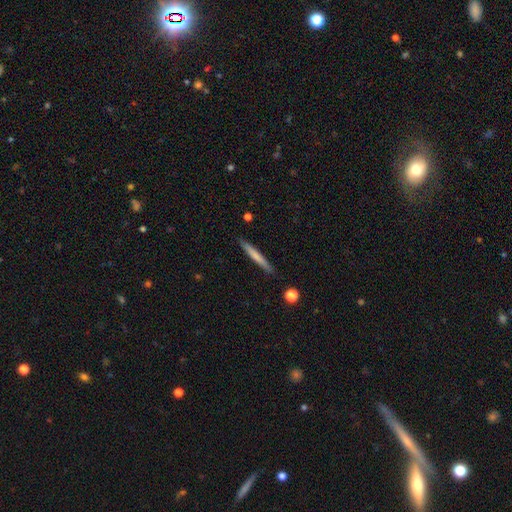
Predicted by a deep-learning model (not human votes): This is likely a smooth galaxy (65%). How rounded: clearly cigar-shaped (96%). Merging: clearly none (89%).